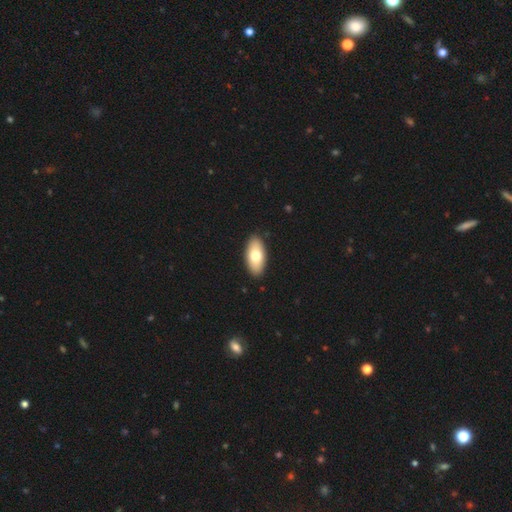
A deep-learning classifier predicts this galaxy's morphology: This appears to be a smooth galaxy with no disk features (73%) that is in between round and cigar-shaped (92%). Merging: none (90%).